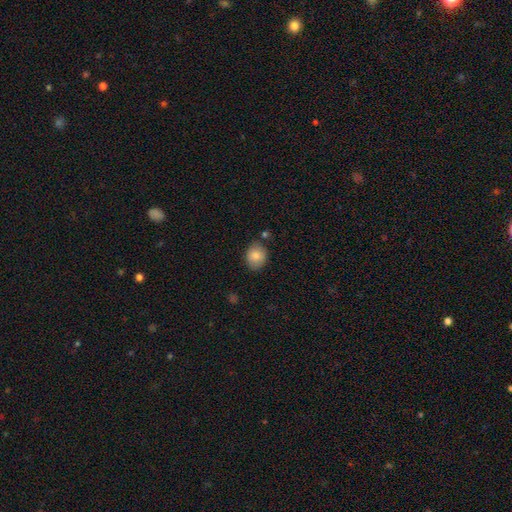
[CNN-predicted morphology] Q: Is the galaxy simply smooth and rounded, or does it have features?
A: smooth — 82%.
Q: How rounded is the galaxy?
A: round — 53%.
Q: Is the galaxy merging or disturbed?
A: none — 77%.